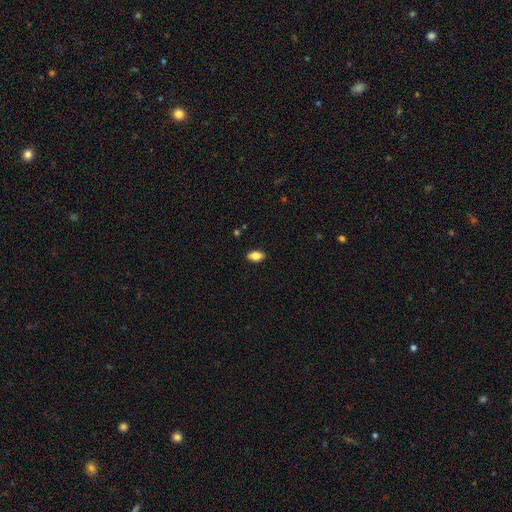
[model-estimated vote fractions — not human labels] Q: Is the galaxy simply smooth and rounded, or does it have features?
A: smooth — 81%.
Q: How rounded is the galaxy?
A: in between — 90%.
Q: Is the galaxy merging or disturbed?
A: none — 88%.